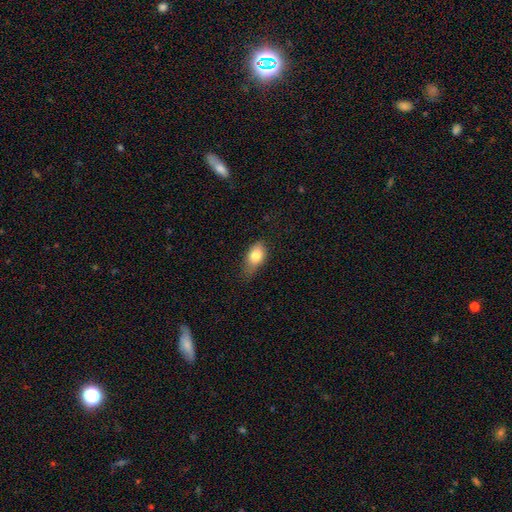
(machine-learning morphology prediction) smooth 78%, featured or disk 14%, star or artifact 8%. Down the decision tree: how rounded — in between (85%); merging — none (53%).